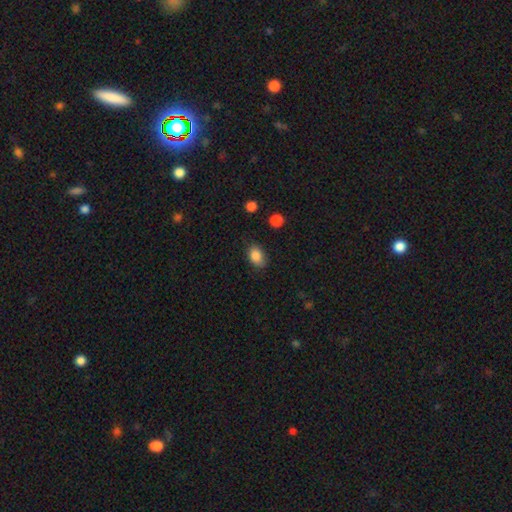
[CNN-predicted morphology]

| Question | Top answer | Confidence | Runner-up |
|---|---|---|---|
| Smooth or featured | smooth | 86% | star or artifact (9%) |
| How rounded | in between | 79% | round (20%) |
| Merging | none | 77% | minor disturbance (18%) |